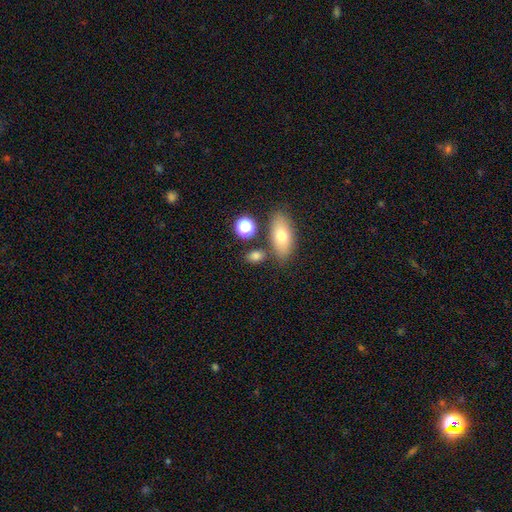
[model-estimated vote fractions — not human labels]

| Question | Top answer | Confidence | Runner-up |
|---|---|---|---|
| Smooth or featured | smooth | 78% | star or artifact (12%) |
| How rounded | in between | 72% | round (23%) |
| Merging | none | 73% | minor disturbance (12%) |